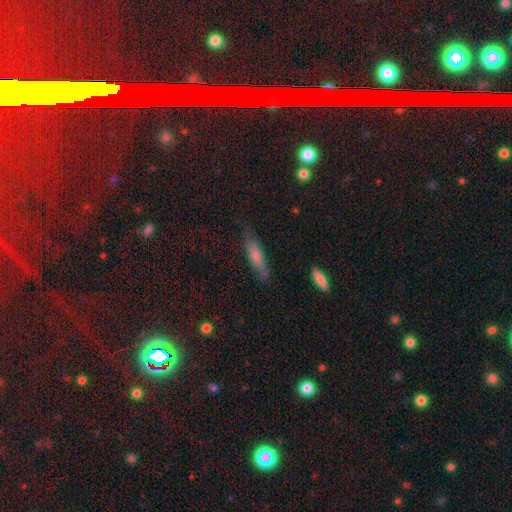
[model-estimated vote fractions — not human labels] Q: Smooth or featured?
A: smooth (56%); runner-up: featured or disk (33%)
Q: How rounded?
A: cigar-shaped (75%); runner-up: in between (22%)
Q: Merging?
A: none (76%); runner-up: minor disturbance (19%)